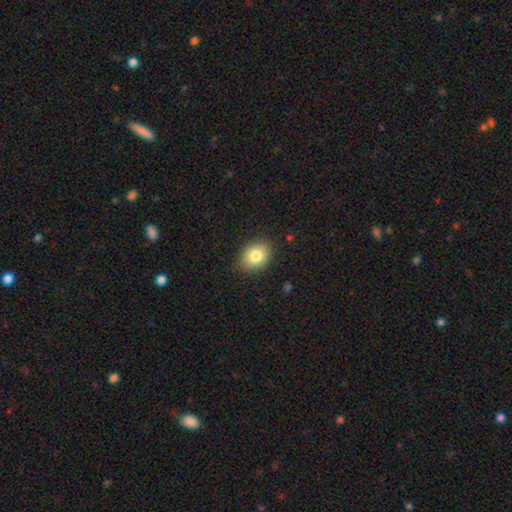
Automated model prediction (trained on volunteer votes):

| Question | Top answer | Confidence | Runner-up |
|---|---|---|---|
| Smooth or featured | smooth | 82% | featured or disk (9%) |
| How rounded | in between | 56% | round (43%) |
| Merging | none | 84% | minor disturbance (12%) |